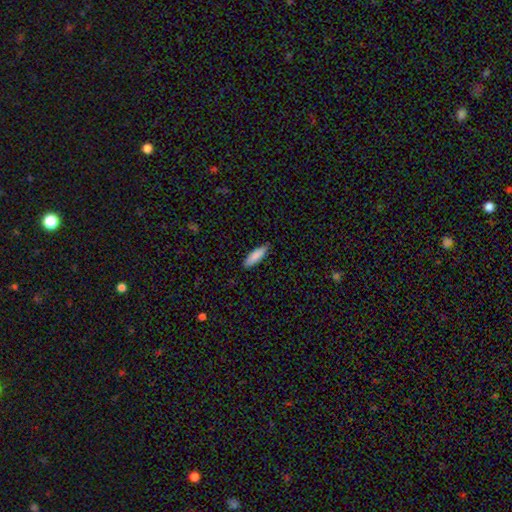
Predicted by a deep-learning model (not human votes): A smooth galaxy with no disk features (87%) that is cigar-shaped (59%).

Vote fractions:
- Smooth or featured? smooth: 87% / featured or disk: 7% / star or artifact: 6%
- How rounded? cigar-shaped: 59% / in between: 40% / round: 1%
- Merging? none: 86% / minor disturbance: 11% / major disturbance: 2% / merger: 1%